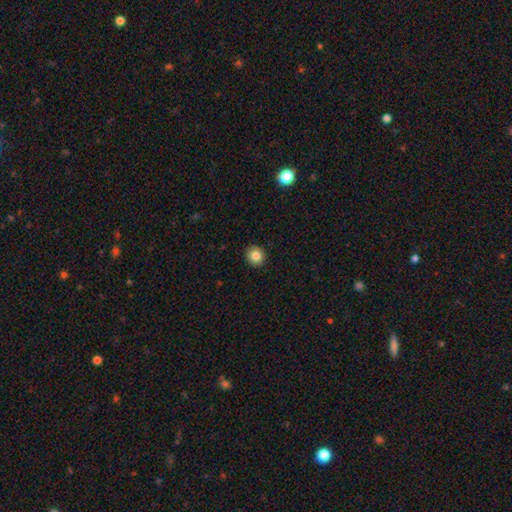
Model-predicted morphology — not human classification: Smooth or featured? Predicted: smooth (p=0.83). How rounded? Predicted: round (p=0.92). Merging? Predicted: none (p=0.93).